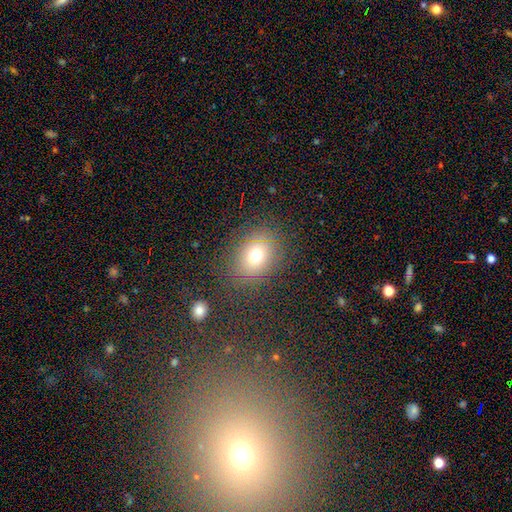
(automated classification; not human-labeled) Smooth or featured: smooth — 68% (star or artifact — 18%)
How rounded: in between — 50% (round — 49%)
Merging: none — 80% (minor disturbance — 11%)